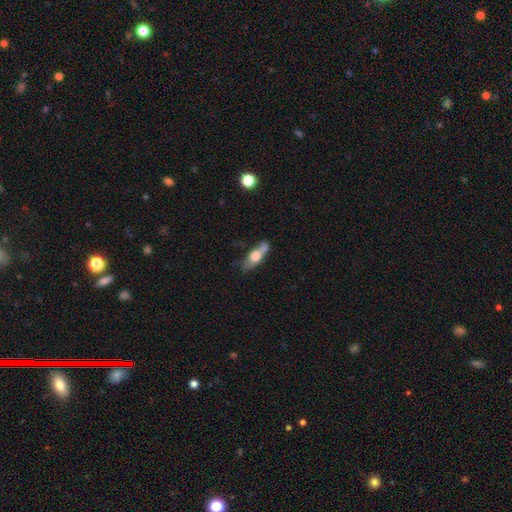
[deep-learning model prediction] A smooth galaxy with no disk features (52%) that is in between round and cigar-shaped (51%).

Vote fractions:
- Smooth or featured? smooth: 52% / featured or disk: 40% / star or artifact: 7%
- How rounded? in between: 51% / cigar-shaped: 44% / round: 5%
- Merging? none: 48% / minor disturbance: 25% / merger: 15% / major disturbance: 12%